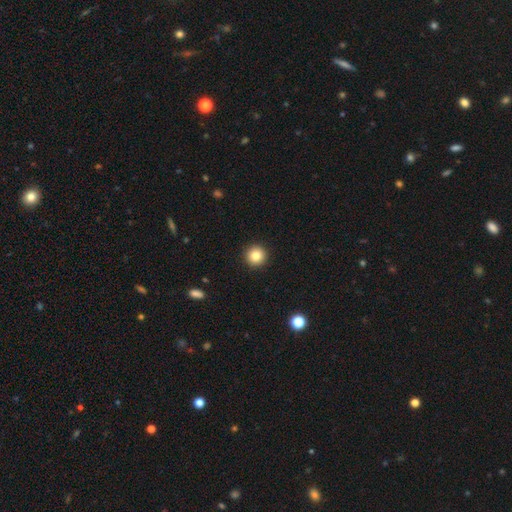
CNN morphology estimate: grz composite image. It shows a smooth galaxy with no disk features (83%) that is round (96%). Merging: none (93%).